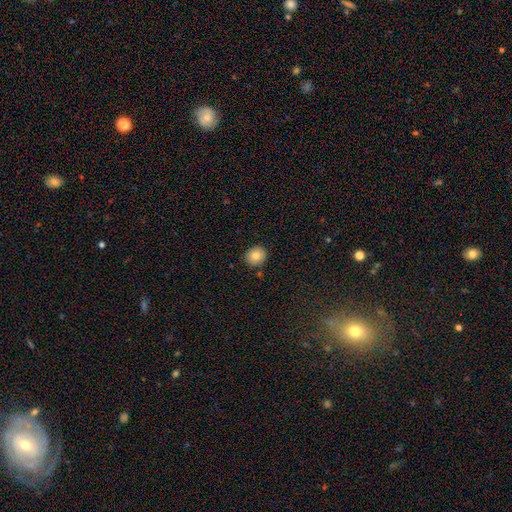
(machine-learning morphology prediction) Q: Smooth or featured?
A: smooth (82%); runner-up: star or artifact (9%)
Q: How rounded?
A: round (82%); runner-up: in between (17%)
Q: Merging?
A: none (87%); runner-up: minor disturbance (8%)